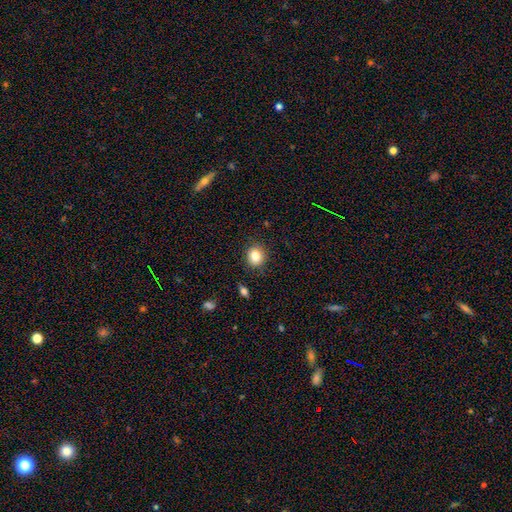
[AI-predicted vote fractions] Smooth or featured: smooth — 83% (star or artifact — 10%)
How rounded: round — 77% (in between — 22%)
Merging: none — 88% (minor disturbance — 9%)